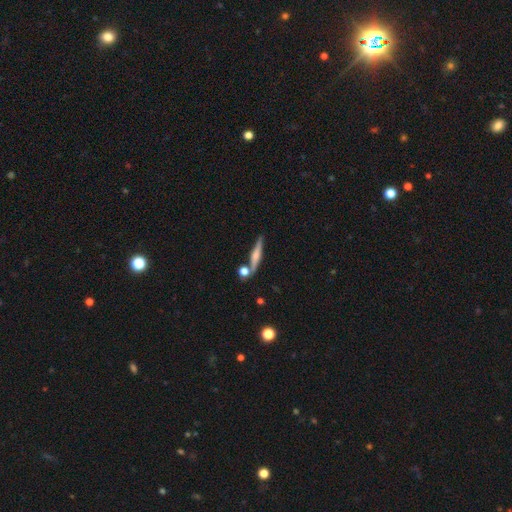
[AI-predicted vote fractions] A featured or disk galaxy (54%) viewed edge-on (96%) with a rounded central bulge (70%). Merging: none (76%).